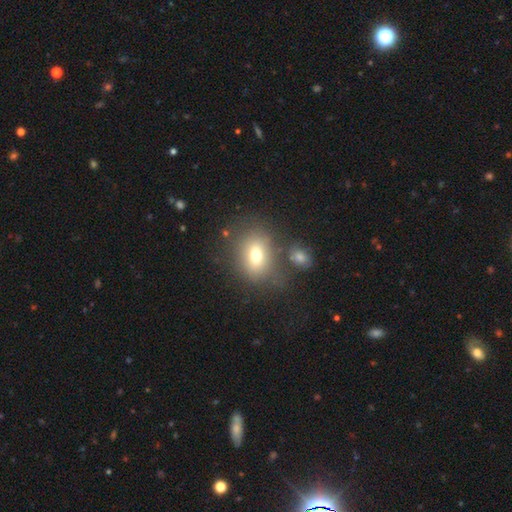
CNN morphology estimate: Overall: smooth (71%). How rounded: in between (58%; round 41%). Merging: none (67%).